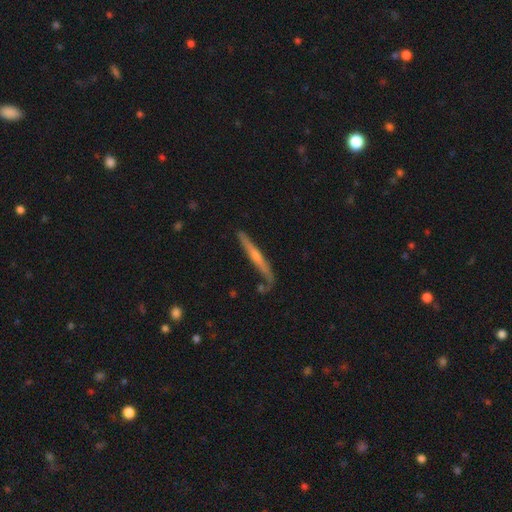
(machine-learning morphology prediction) Smooth or featured? Predicted: featured or disk (p=0.62). Edge-on disk? Predicted: yes (p=0.94). Edge-on bulge? Predicted: rounded (p=0.56). Merging? Predicted: none (p=0.72).